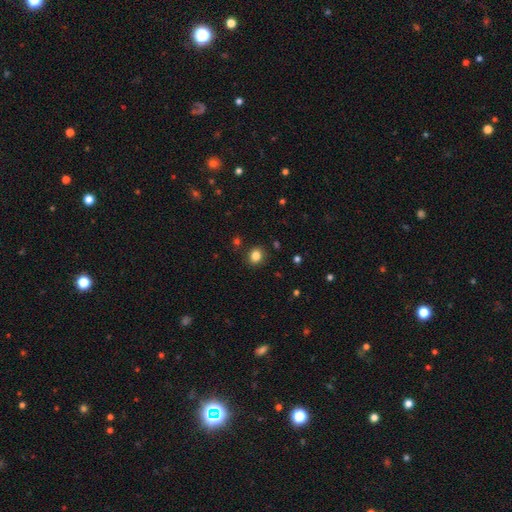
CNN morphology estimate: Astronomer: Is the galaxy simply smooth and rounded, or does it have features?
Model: smooth — 83%.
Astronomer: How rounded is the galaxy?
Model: round — 66%.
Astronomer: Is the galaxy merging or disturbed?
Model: none — 87%.